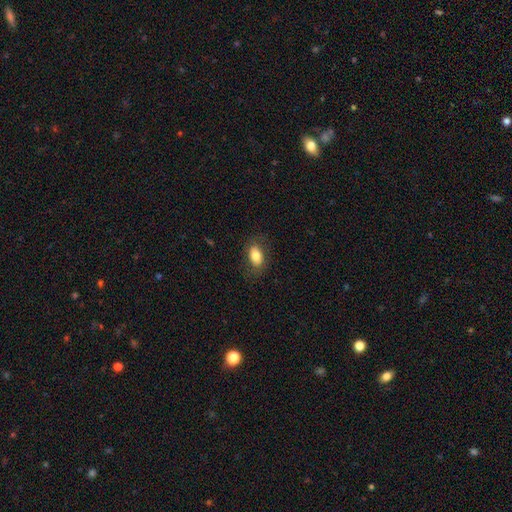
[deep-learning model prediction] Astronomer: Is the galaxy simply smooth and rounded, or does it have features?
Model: smooth — 80%.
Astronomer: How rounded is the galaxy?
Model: in between — 89%.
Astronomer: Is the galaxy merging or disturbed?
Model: none — 80%.